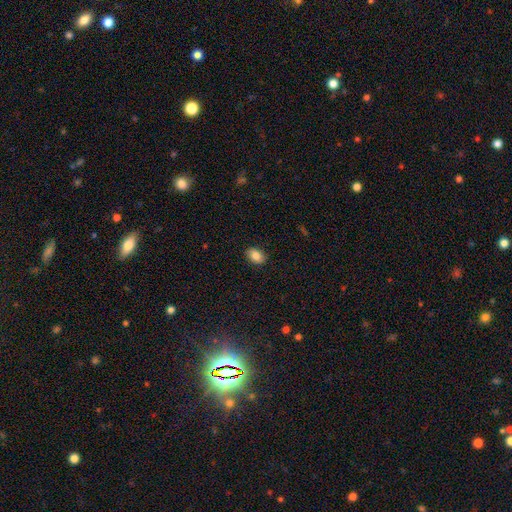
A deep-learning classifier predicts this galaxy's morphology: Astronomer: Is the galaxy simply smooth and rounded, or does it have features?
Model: smooth — 85%.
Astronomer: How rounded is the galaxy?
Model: in between — 76%.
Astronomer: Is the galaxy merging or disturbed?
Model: none — 87%.